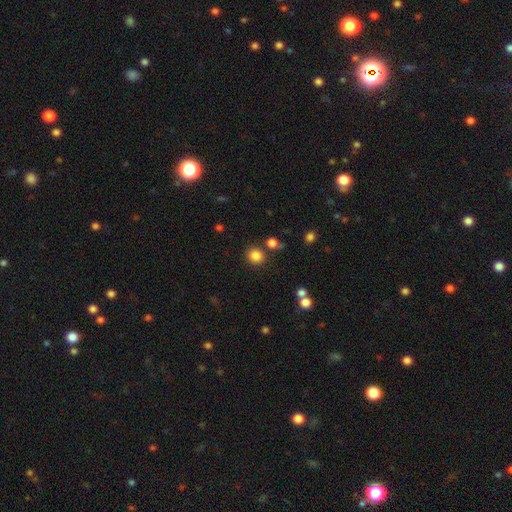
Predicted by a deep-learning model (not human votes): Overall: smooth (84%). How rounded: round (86%). Merging: none (82%).